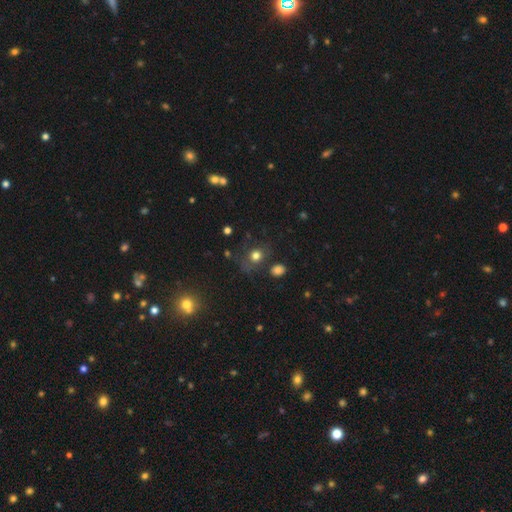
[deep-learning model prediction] smooth-or-featured: smooth: 74% | star or artifact: 15% | featured or disk: 11%
  how-rounded: round: 70% | in between: 29% | cigar-shaped: 1%
  merging: none: 65% | minor disturbance: 18% | major disturbance: 11% | merger: 7%